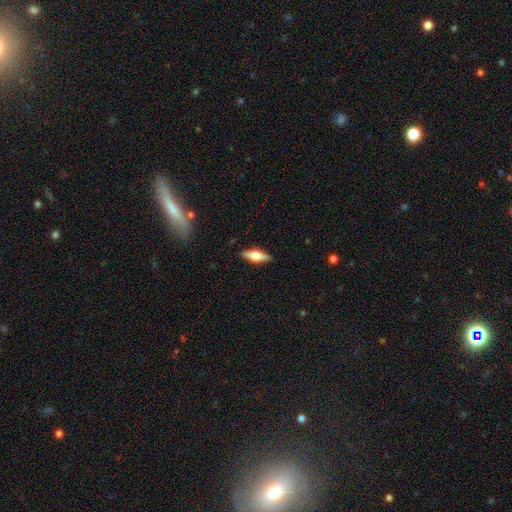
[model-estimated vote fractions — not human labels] This is possibly a featured or disk galaxy (48%). Merging: clearly none (89%).